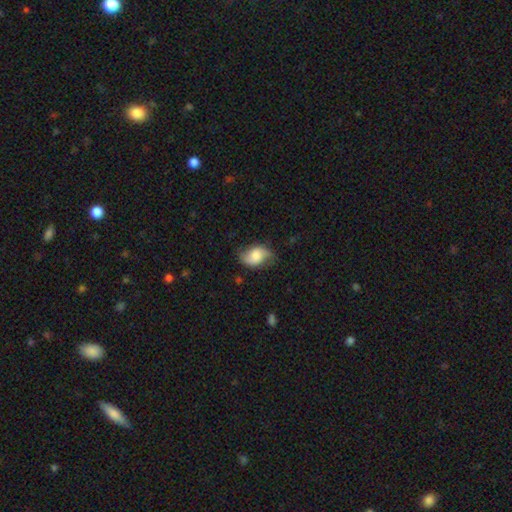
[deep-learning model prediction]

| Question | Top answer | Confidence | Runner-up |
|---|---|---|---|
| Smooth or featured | smooth | 56% | featured or disk (36%) |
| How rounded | in between | 83% | round (16%) |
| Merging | none | 65% | minor disturbance (25%) |